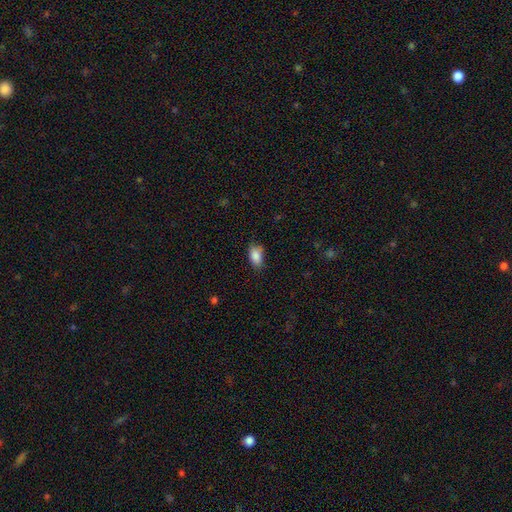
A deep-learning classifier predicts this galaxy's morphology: smooth-or-featured: smooth: 87% | star or artifact: 8% | featured or disk: 5%
  how-rounded: in between: 89% | round: 8% | cigar-shaped: 3%
  merging: none: 74% | minor disturbance: 20% | major disturbance: 4% | merger: 2%